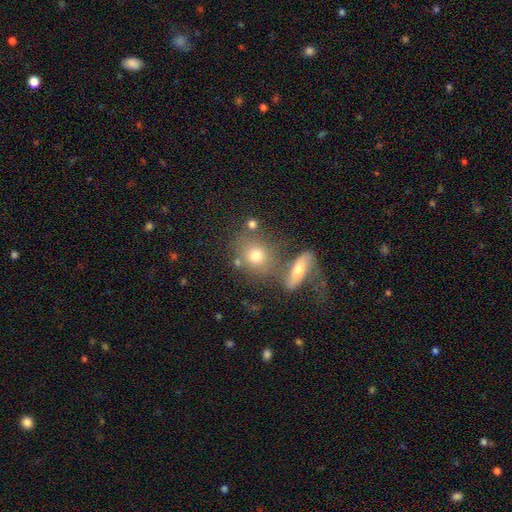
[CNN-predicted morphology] Smooth or featured? smooth (70%)
How rounded? round (65%)
Merging? none (56%)